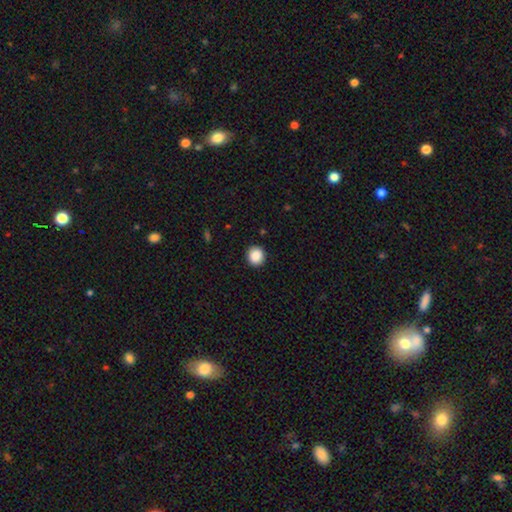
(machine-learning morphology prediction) The model was most divided on "how rounded": round: 89%, in between: 10%, cigar-shaped: 1%. More confident: merging — none (91%); smooth or featured — smooth (88%).